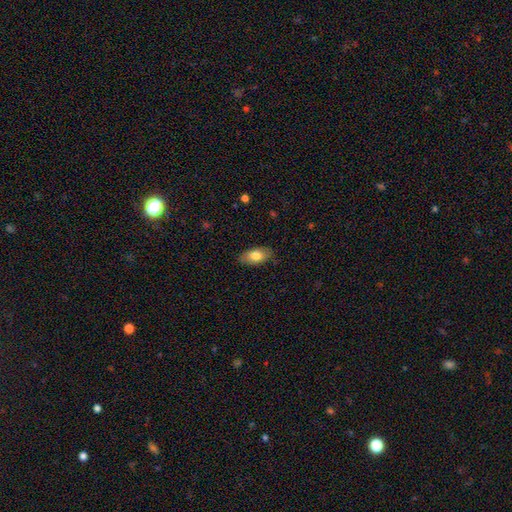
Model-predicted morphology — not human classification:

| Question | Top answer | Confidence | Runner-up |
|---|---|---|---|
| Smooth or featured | smooth | 79% | featured or disk (15%) |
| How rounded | in between | 91% | cigar-shaped (6%) |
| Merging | none | 84% | minor disturbance (13%) |